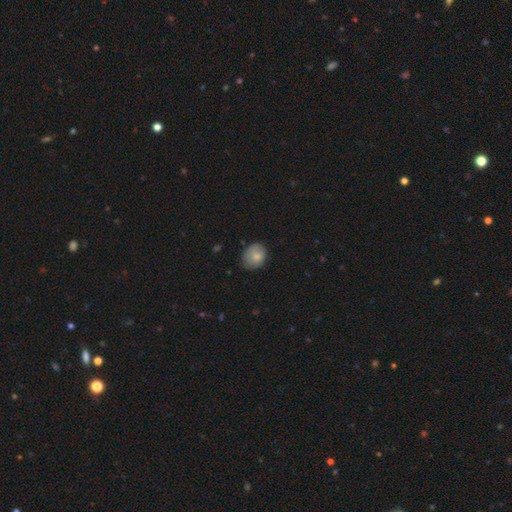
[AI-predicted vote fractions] Smooth or featured? Predicted: smooth (p=0.79). How rounded? Predicted: round (p=0.51). Merging? Predicted: none (p=0.65).